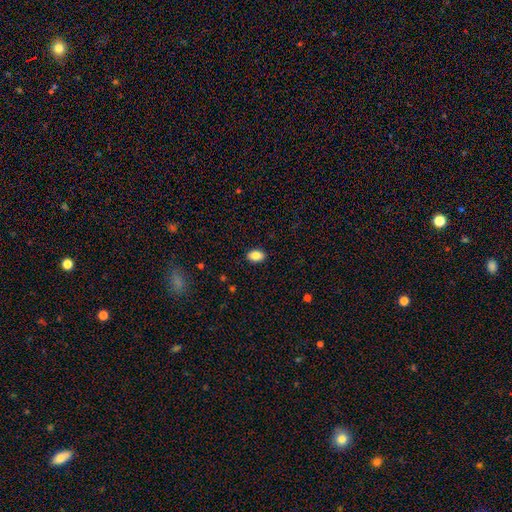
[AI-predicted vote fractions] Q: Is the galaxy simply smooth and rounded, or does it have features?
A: smooth — 86%.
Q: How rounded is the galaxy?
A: in between — 86%.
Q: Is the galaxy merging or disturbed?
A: none — 89%.